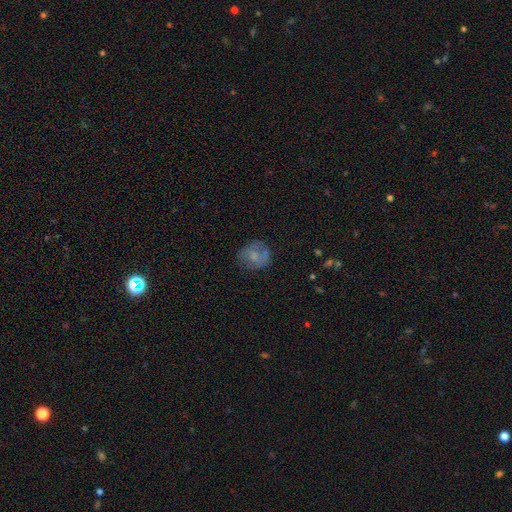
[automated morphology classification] This is possibly a smooth galaxy (59%). How rounded: likely round (73%). Merging: likely none (62%).